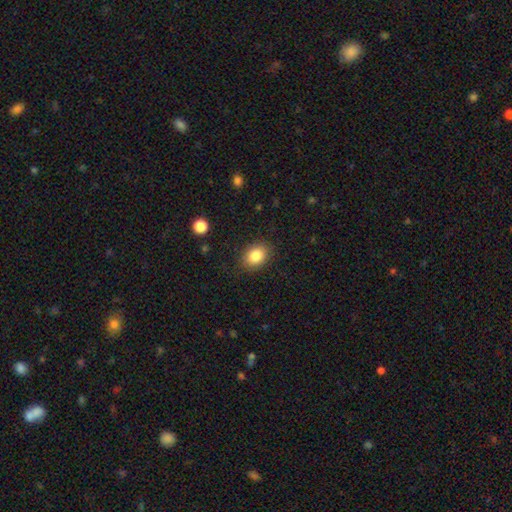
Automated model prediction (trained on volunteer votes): This is clearly a smooth galaxy (84%). How rounded: likely in between (63%). Merging: clearly none (86%).